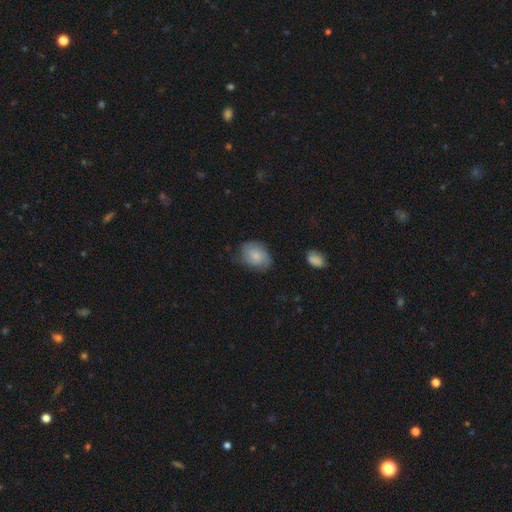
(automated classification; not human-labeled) Overall: smooth (69%). How rounded: in between (69%; round 30%). Merging: none (65%; minor disturbance 26%).